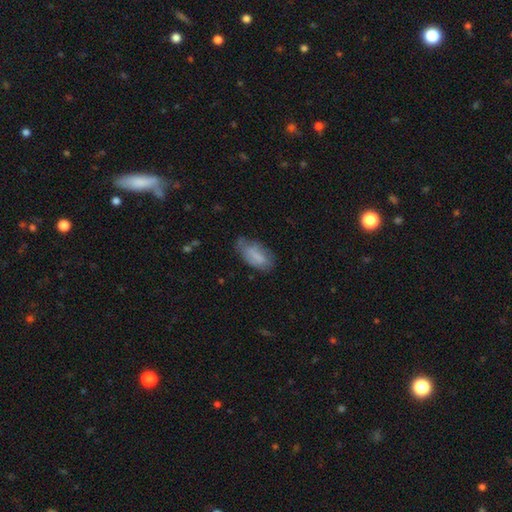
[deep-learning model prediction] Smooth or featured: smooth — 71% (featured or disk — 22%)
How rounded: in between — 90% (cigar-shaped — 7%)
Merging: none — 52% (minor disturbance — 34%)